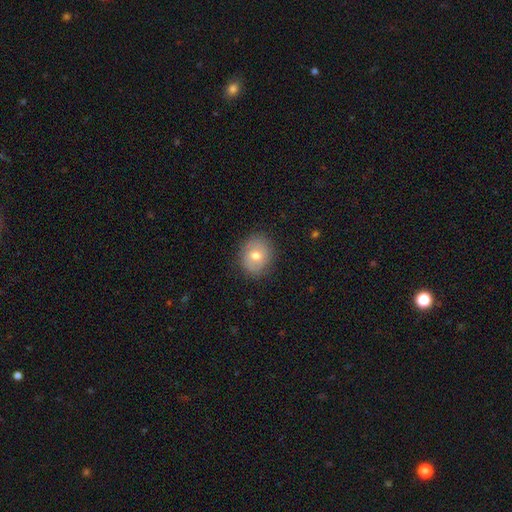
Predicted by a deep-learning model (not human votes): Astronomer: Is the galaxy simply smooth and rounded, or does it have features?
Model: smooth — 70%.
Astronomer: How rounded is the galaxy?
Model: round — 57% (runner-up: in between, 42%).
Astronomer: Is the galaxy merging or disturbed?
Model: none — 85%.